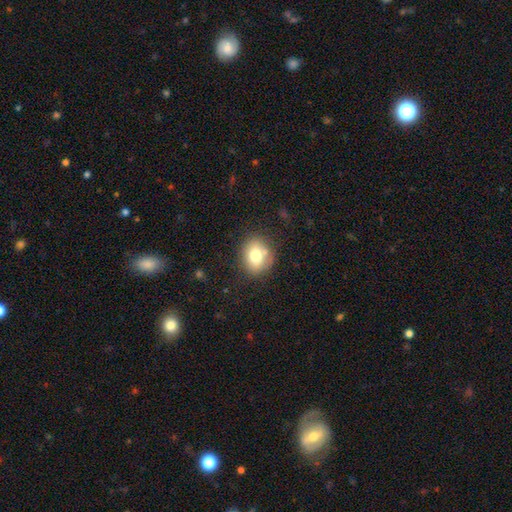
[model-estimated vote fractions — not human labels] The model was most divided on "how rounded": round: 57%, in between: 42%, cigar-shaped: 1%. More confident: merging — none (76%); smooth or featured — smooth (74%).